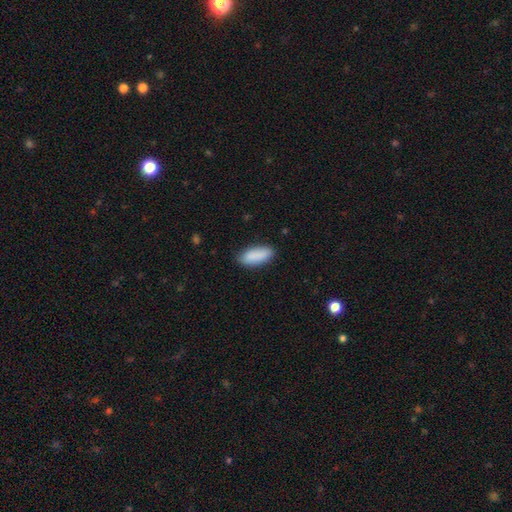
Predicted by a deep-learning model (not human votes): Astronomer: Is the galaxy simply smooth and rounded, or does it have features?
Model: smooth — 89%.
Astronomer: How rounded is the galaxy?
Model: in between — 81%.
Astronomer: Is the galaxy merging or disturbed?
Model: none — 84%.